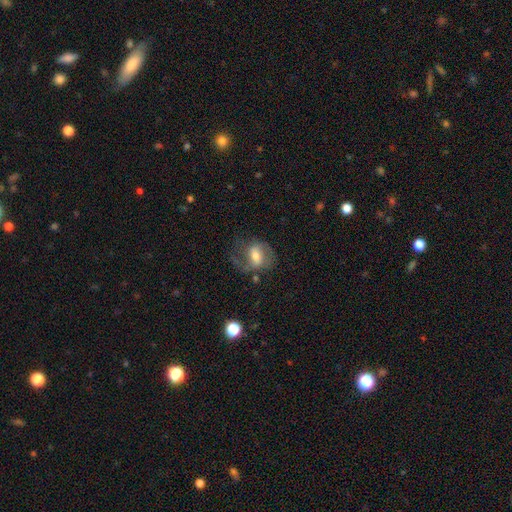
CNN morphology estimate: This appears to be a featured or disk galaxy (59%) with a weak bar (45%), spiral arms (83%) and a moderate central bulge (58%). Merging: none (54%).